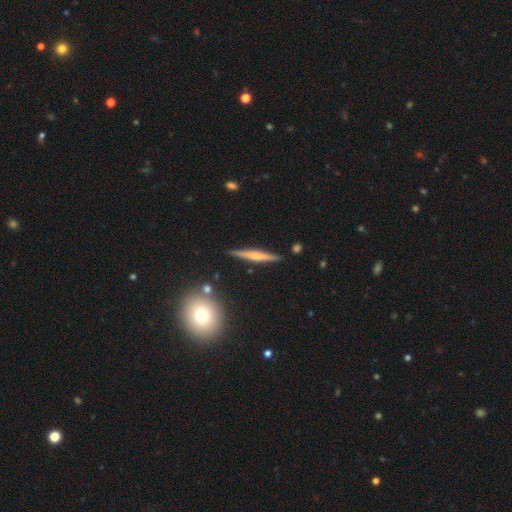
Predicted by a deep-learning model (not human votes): smooth-or-featured: featured or disk: 57% | smooth: 36% | star or artifact: 7%
  disk-edge-on: yes: 97% | no: 3%
    edge-on-bulge: rounded: 62% | none: 26% | boxy: 12%
  merging: none: 89% | minor disturbance: 7% | merger: 2% | major disturbance: 2%